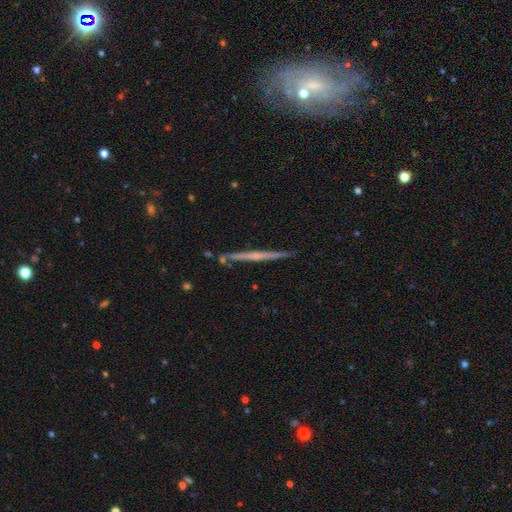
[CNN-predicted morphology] A featured or disk galaxy (69%) viewed edge-on (98%) with no central bulge (64%). Merging: none (89%).